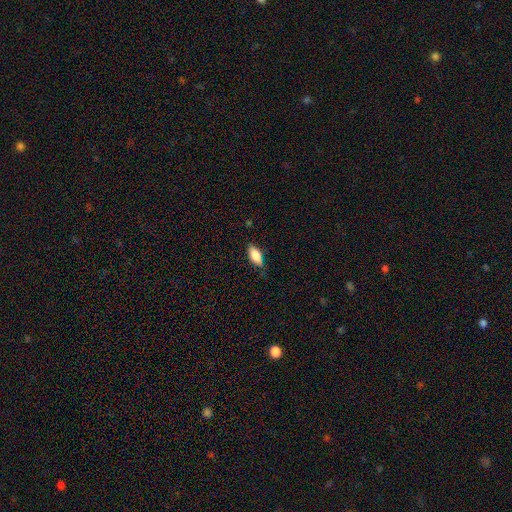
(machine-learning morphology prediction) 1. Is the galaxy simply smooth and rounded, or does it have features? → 82% smooth, 11% featured or disk, 7% star or artifact.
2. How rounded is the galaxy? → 84% in between, 14% cigar-shaped, 3% round.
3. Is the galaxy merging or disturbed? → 67% none, 27% minor disturbance, 5% major disturbance, 2% merger.